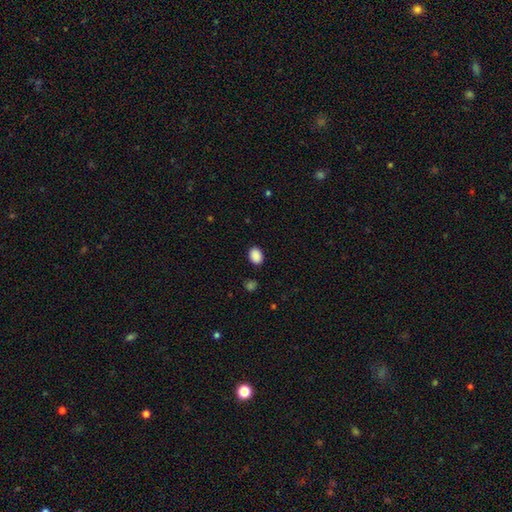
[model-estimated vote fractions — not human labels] Q: Smooth or featured?
A: smooth (89%); runner-up: star or artifact (8%)
Q: How rounded?
A: in between (66%); runner-up: round (33%)
Q: Merging?
A: none (87%); runner-up: minor disturbance (9%)